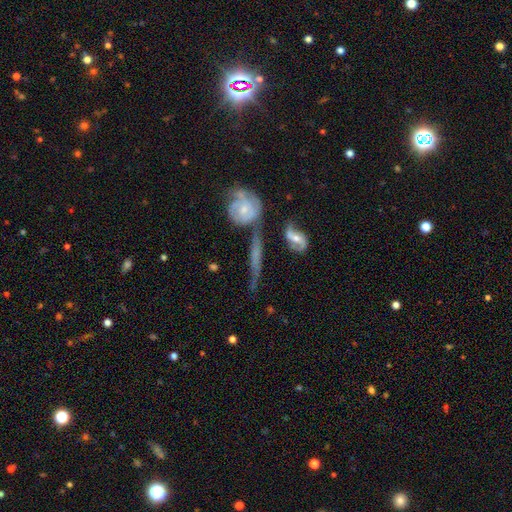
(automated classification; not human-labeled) Smooth or featured?
  - featured or disk: 66% *
  - smooth: 24%
  - star or artifact: 10%
Edge-on disk?
  - yes: 52% *
  - no: 48%
Merging?
  - none: 49% *
  - merger: 21%
  - minor disturbance: 20%
  - major disturbance: 11%